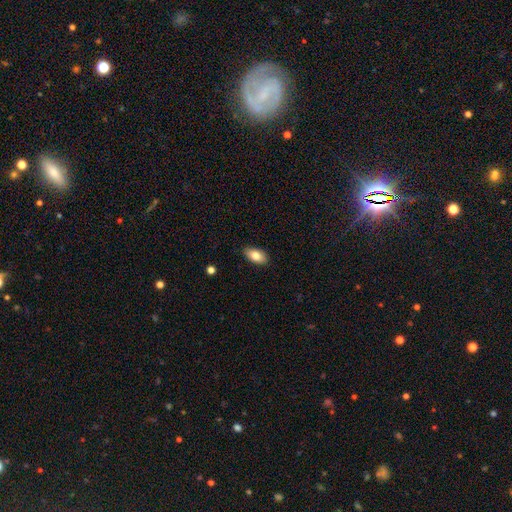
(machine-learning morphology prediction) Smooth or featured? Predicted: smooth (p=0.80). How rounded? Predicted: in between (p=0.92). Merging? Predicted: none (p=0.87).